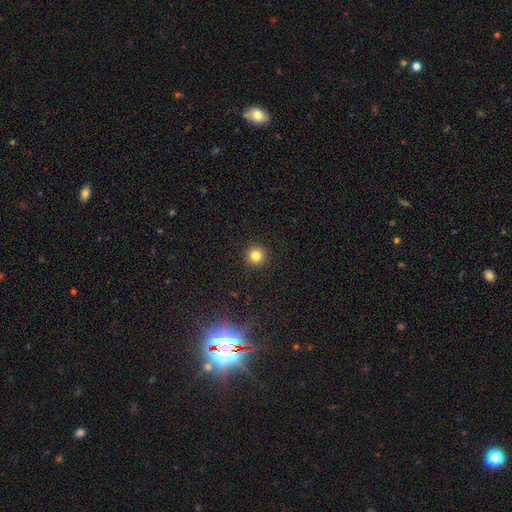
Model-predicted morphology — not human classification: A smooth galaxy with no disk features (82%) that is round (95%).

Vote fractions:
- Smooth or featured? smooth: 82% / star or artifact: 13% / featured or disk: 5%
- How rounded? round: 95% / in between: 4% / cigar-shaped: 1%
- Merging? none: 93% / minor disturbance: 5% / major disturbance: 2% / merger: 1%